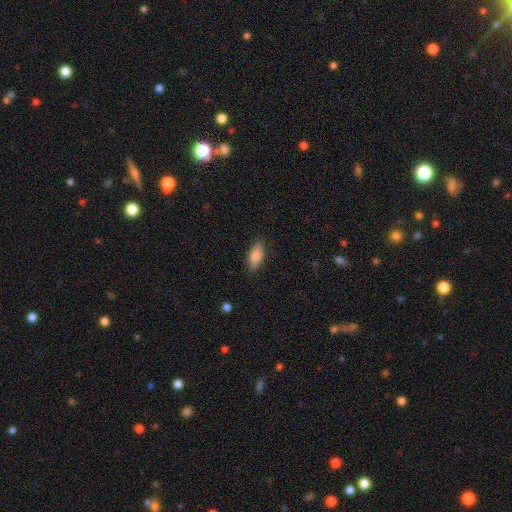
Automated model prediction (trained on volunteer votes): Morphology: type=smooth (83%); roundness=in between (81%); merging=none (82%).